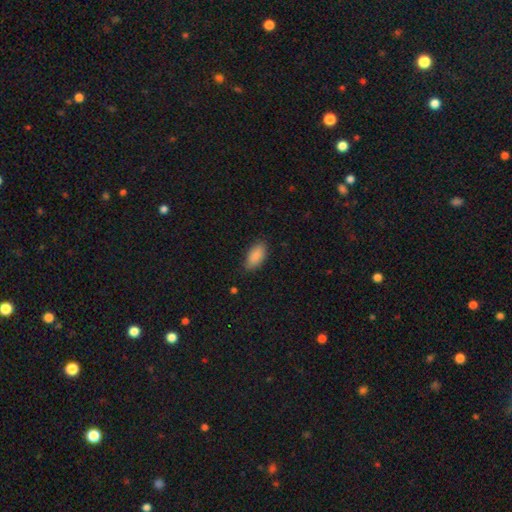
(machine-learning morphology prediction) Smooth or featured?
  - smooth: 89% *
  - star or artifact: 7%
  - featured or disk: 5%
How rounded?
  - in between: 92% *
  - cigar-shaped: 6%
  - round: 3%
Merging?
  - none: 79% *
  - minor disturbance: 16%
  - major disturbance: 3%
  - merger: 1%